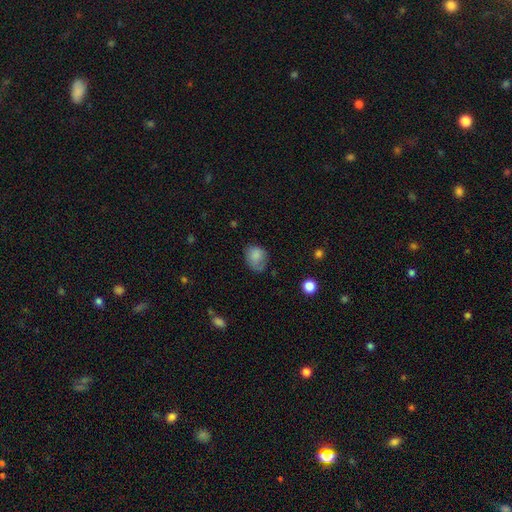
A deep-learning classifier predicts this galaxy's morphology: This is likely a smooth galaxy (76%). How rounded: possibly in between (53%). Merging: possibly none (49%).